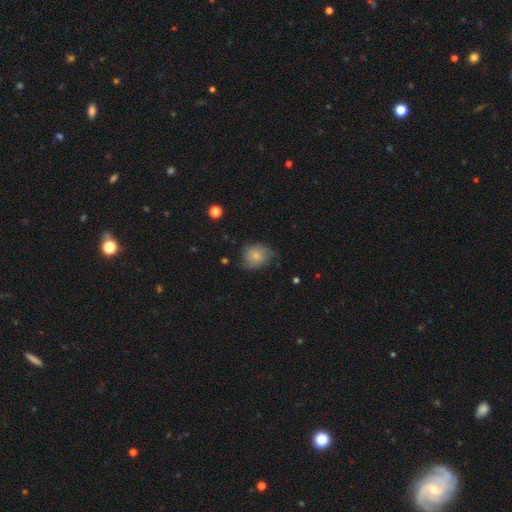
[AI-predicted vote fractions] Smooth or featured: smooth — 76% (featured or disk — 16%)
How rounded: round — 58% (in between — 41%)
Merging: none — 60% (minor disturbance — 31%)